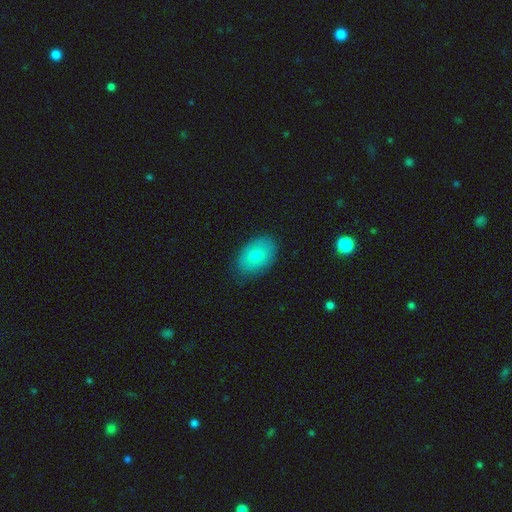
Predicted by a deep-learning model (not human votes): This appears to be a smooth galaxy with no disk features (74%) that is in between round and cigar-shaped (86%). Merging: none (83%).